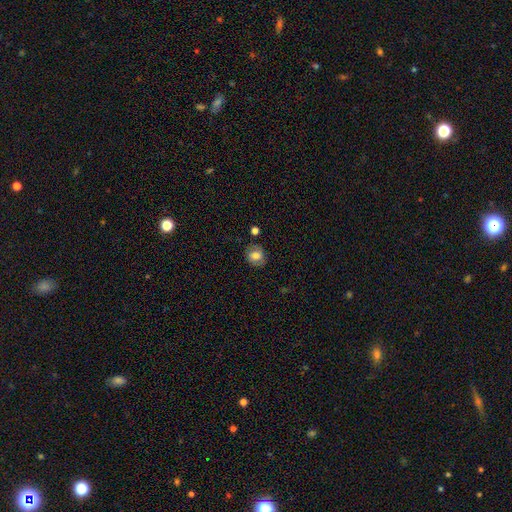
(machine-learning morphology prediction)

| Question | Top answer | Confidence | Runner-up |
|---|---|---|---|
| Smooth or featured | smooth | 74% | featured or disk (16%) |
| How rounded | round | 70% | in between (29%) |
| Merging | none | 82% | minor disturbance (12%) |